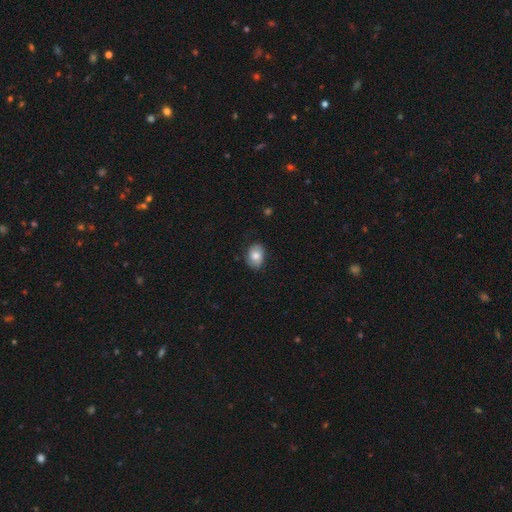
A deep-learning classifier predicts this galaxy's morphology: A smooth galaxy with no disk features (77%) that is in between round and cigar-shaped (73%).

Vote fractions:
- Smooth or featured? smooth: 77% / featured or disk: 16% / star or artifact: 8%
- How rounded? in between: 73% / round: 26% / cigar-shaped: 1%
- Merging? none: 81% / minor disturbance: 15% / major disturbance: 3% / merger: 1%